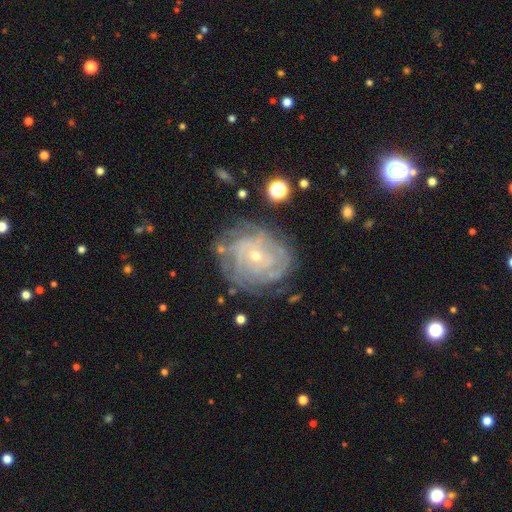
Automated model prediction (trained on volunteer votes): The model was most divided on "spiral arm count": can't tell: 46%, 4: 16%, 3: 13%, 2: 11%, more than 4: 10%, 1: 6%. More confident: edge-on disk — no (97%); spiral arms — yes (90%); smooth or featured — featured or disk (83%); spiral winding — tight (78%); bar — no (76%); bulge size — small (73%); merging — none (70%).